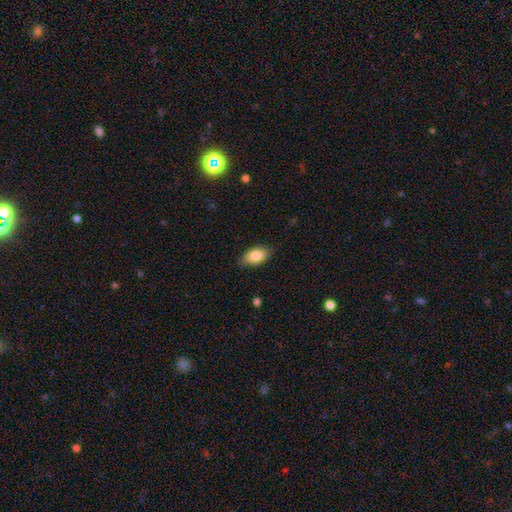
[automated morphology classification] The model was most divided on "merging": none: 83%, minor disturbance: 13%, major disturbance: 2%, merger: 1%. More confident: how rounded — in between (92%); smooth or featured — smooth (84%).